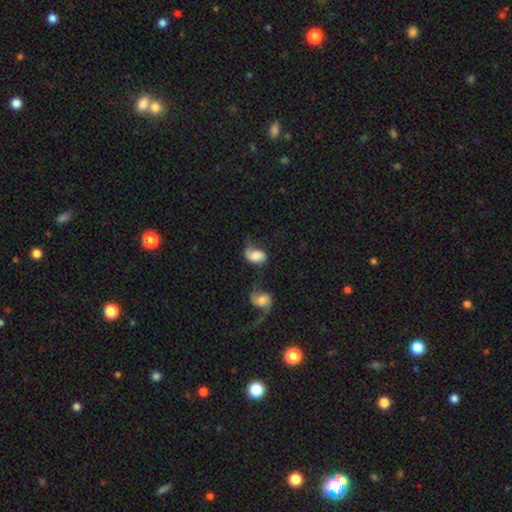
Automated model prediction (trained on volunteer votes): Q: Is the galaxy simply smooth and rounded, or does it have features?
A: smooth — 50%.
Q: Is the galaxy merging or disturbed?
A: none — 28%.